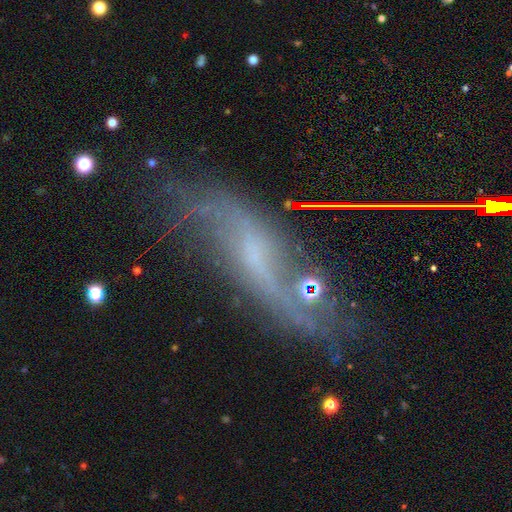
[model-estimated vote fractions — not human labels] A featured or disk galaxy (67%) with no bar (46%), spiral arms (76%) and a small central bulge (47%). Merging: none (50%).